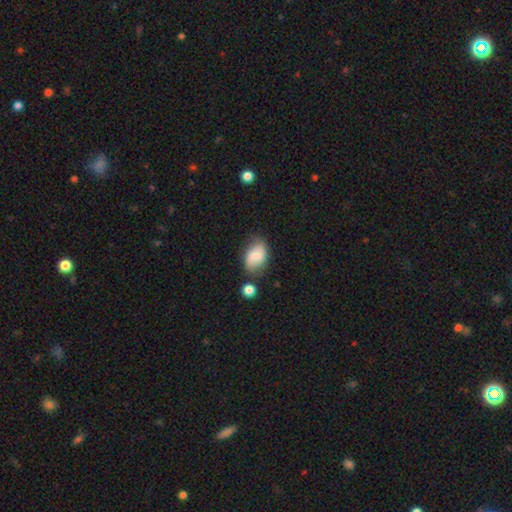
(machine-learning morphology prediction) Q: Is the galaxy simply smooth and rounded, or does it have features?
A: smooth — 72%.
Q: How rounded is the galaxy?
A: in between — 86%.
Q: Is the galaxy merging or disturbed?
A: none — 63%.